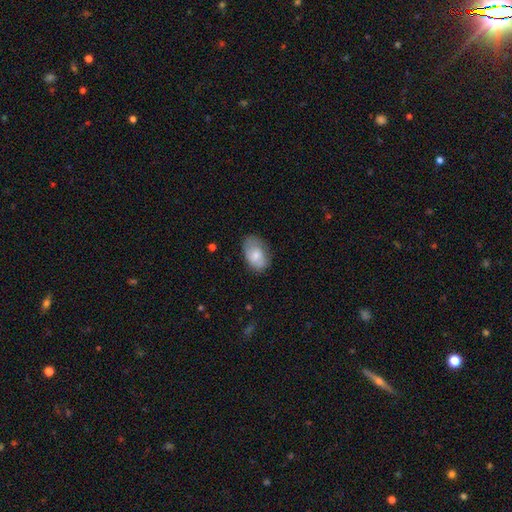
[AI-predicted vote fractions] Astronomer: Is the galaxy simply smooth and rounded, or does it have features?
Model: smooth — 69%.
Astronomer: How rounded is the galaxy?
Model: in between — 90%.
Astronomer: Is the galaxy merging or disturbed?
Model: none — 64%.